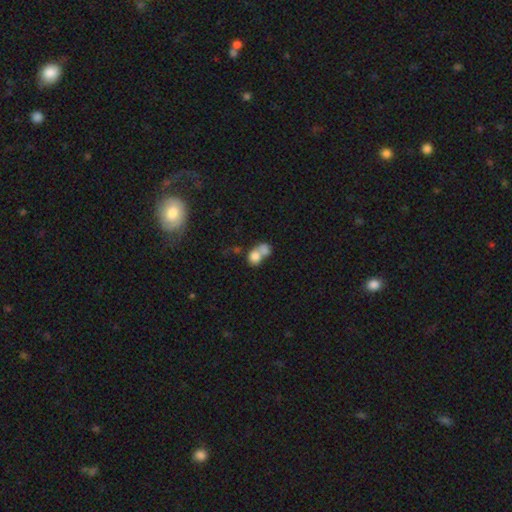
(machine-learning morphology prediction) Overall: smooth (76%). How rounded: round (60%; in between 39%). Merging: merger (70%).